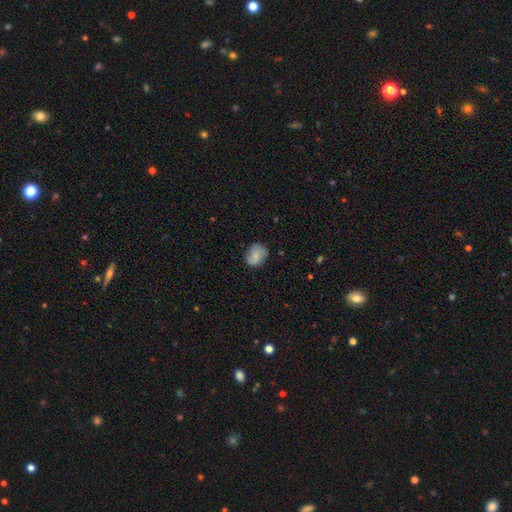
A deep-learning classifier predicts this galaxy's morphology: A smooth galaxy with no disk features (61%) that is round (60%). Merging: none (73%).